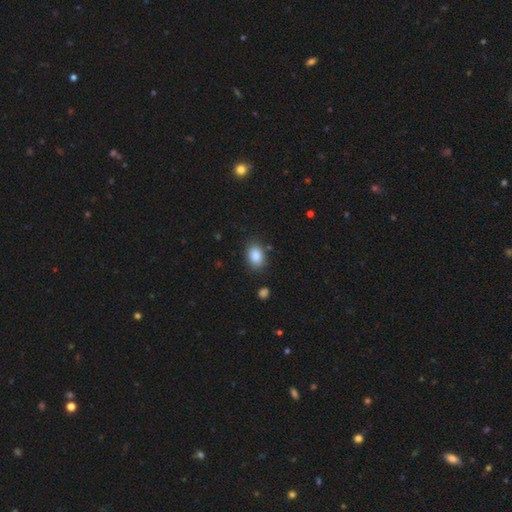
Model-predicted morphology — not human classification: smooth_or_featured: smooth (p=0.88) [alt: star or artifact p=0.08]
how_rounded: in between (p=0.78) [alt: round p=0.21]
merging: none (p=0.82) [alt: minor disturbance p=0.12]